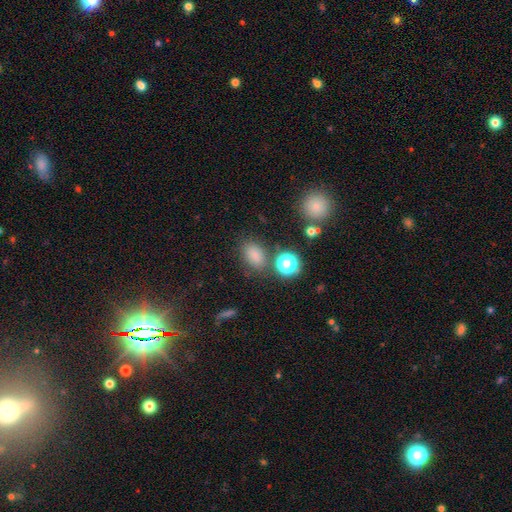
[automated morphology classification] A smooth galaxy with no disk features (77%) that is in between round and cigar-shaped (75%).

Vote fractions:
- Smooth or featured? smooth: 77% / star or artifact: 17% / featured or disk: 6%
- How rounded? in between: 75% / round: 23% / cigar-shaped: 2%
- Merging? none: 75% / minor disturbance: 13% / merger: 7% / major disturbance: 5%